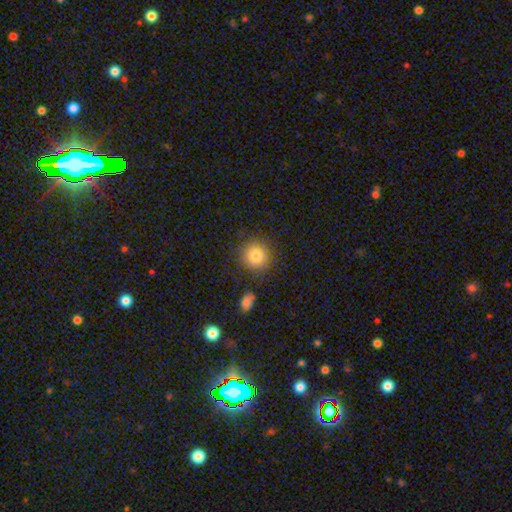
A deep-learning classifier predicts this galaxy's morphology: The model was most divided on "smooth or featured": smooth: 83%, star or artifact: 10%, featured or disk: 7%. More confident: how rounded — round (92%); merging — none (85%).